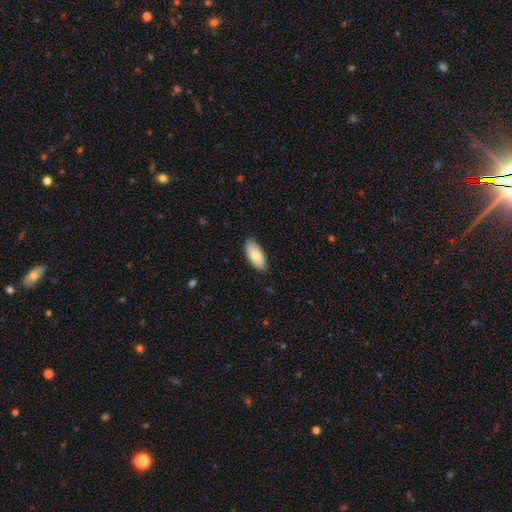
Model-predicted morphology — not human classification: Smooth or featured: smooth — 83% (featured or disk — 11%)
How rounded: in between — 90% (cigar-shaped — 8%)
Merging: none — 87% (minor disturbance — 10%)